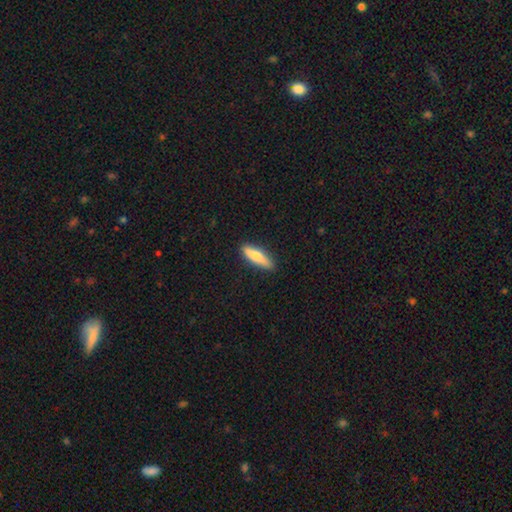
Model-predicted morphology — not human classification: smooth_or_featured: smooth (p=0.71) [alt: featured or disk p=0.23]
how_rounded: cigar-shaped (p=0.69) [alt: in between p=0.29]
merging: none (p=0.87) [alt: minor disturbance p=0.10]